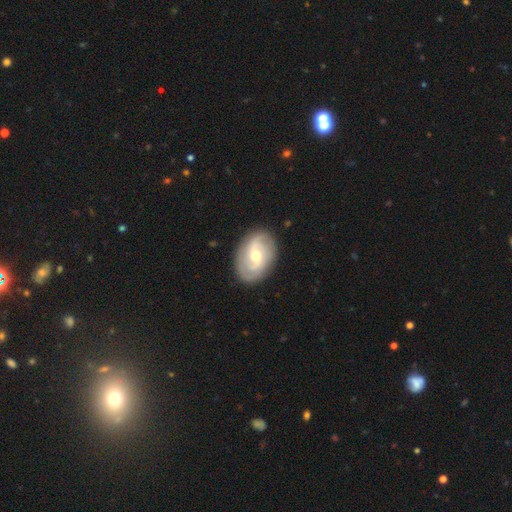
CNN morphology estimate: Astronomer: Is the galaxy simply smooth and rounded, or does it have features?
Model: featured or disk — 75%.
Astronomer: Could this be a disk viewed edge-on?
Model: no — 96%.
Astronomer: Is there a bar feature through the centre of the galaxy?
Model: weak — 49% (runner-up: no, 33%).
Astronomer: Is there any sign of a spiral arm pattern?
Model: yes — 88%.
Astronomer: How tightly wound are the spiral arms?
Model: medium — 40% (runner-up: tight, 36%).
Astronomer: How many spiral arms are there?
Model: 2 — 66%.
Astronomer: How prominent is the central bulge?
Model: moderate — 69%.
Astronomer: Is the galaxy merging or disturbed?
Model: none — 85%.